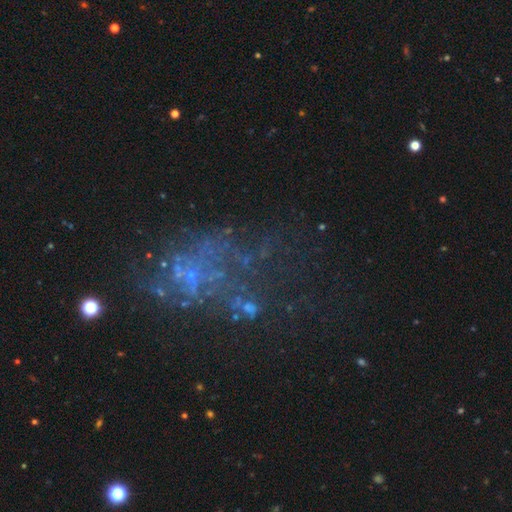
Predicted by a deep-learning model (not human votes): This is possibly a featured or disk galaxy (45%). Merging: marginally none (42%).